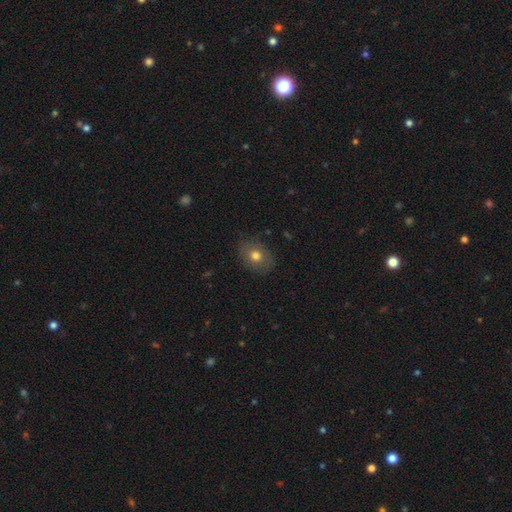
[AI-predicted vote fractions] A smooth galaxy with no disk features (74%) that is in between round and cigar-shaped (58%).

Vote fractions:
- Smooth or featured? smooth: 74% / featured or disk: 16% / star or artifact: 10%
- How rounded? in between: 58% / round: 41% / cigar-shaped: 1%
- Merging? none: 83% / minor disturbance: 13% / major disturbance: 3% / merger: 1%